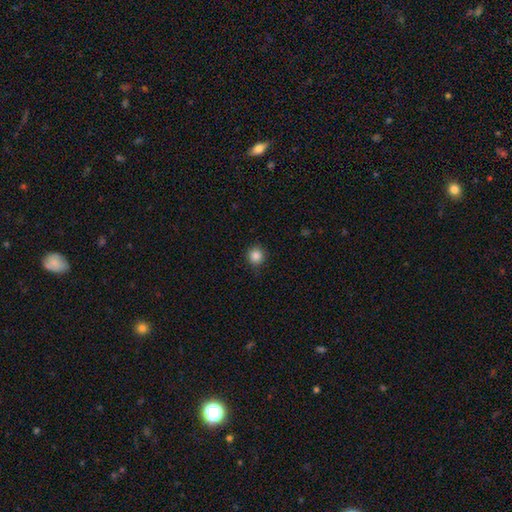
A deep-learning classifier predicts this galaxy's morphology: Smooth or featured? smooth (86%)
How rounded? round (93%)
Merging? none (88%)